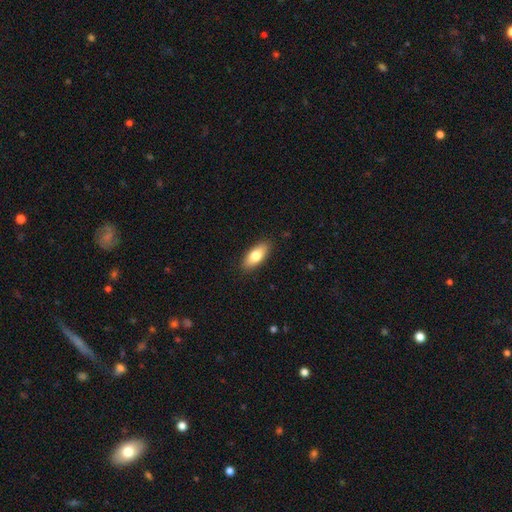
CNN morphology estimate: This appears to be a smooth galaxy with no disk features (77%) that is in between round and cigar-shaped (82%). Merging: none (88%).